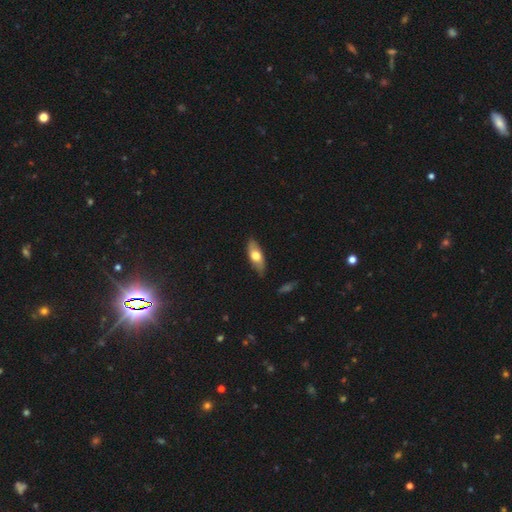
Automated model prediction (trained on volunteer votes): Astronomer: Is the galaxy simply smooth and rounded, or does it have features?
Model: smooth — 61%.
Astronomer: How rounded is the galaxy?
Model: in between — 73%.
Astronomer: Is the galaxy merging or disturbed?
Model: none — 82%.